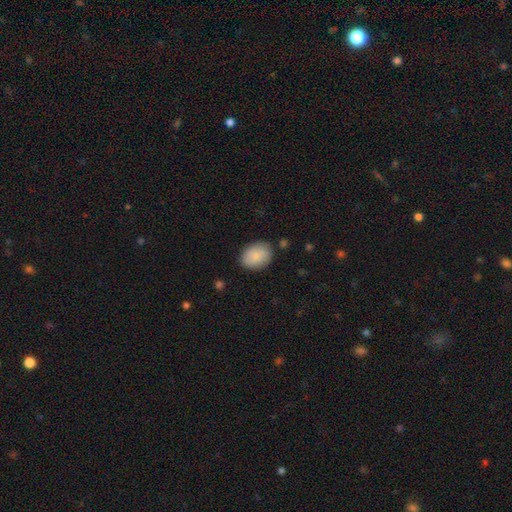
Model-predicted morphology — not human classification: Smooth or featured?
  - smooth: 85% *
  - featured or disk: 8%
  - star or artifact: 6%
How rounded?
  - in between: 75% *
  - round: 24%
  - cigar-shaped: 1%
Merging?
  - none: 83% *
  - minor disturbance: 12%
  - major disturbance: 3%
  - merger: 2%